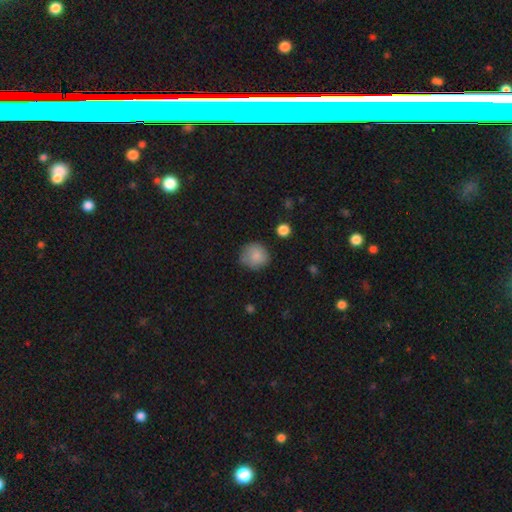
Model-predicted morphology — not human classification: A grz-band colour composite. It shows a smooth galaxy with no disk features (82%) that is round (87%). Merging: none (75%).